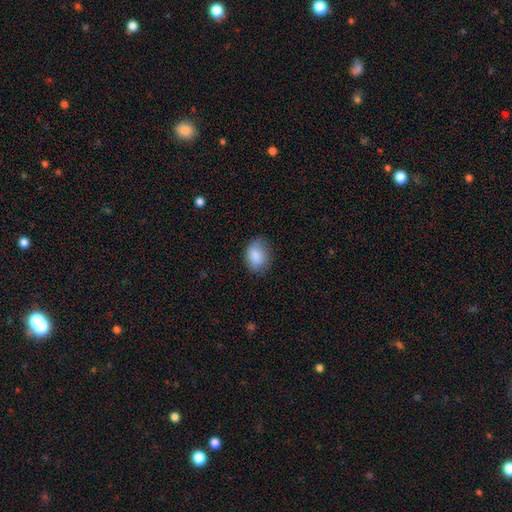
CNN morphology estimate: Overall: smooth (86%). How rounded: in between (73%). Merging: none (72%).